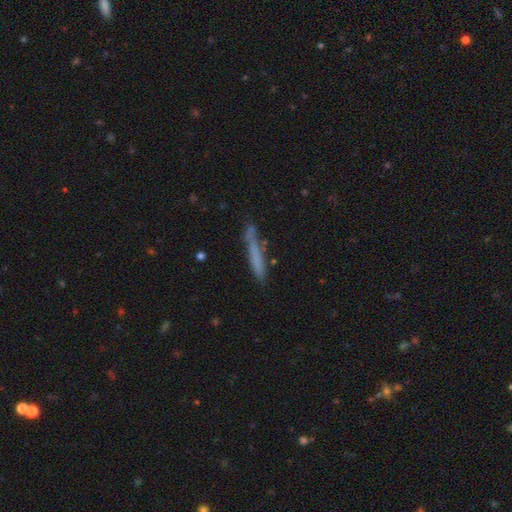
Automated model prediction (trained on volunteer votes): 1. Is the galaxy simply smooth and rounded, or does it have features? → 64% smooth, 28% featured or disk, 8% star or artifact.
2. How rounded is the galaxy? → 95% cigar-shaped, 3% in between, 1% round.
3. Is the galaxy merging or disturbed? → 76% none, 17% minor disturbance, 4% major disturbance, 3% merger.